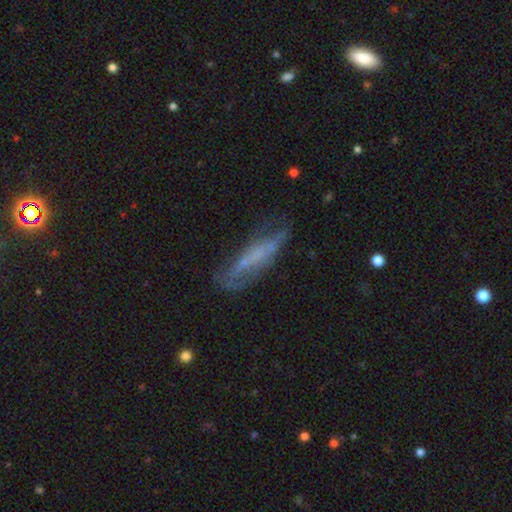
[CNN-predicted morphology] Smooth or featured: featured or disk — 53% (smooth — 36%)
Edge-on disk: no — 54% (yes — 46%)
Merging: none — 54% (minor disturbance — 26%)